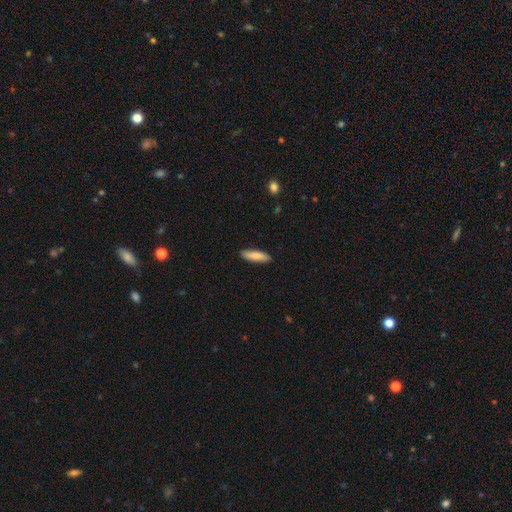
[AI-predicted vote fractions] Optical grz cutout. It shows a smooth galaxy with no disk features (83%) that is cigar-shaped (63%). Merging: none (89%).